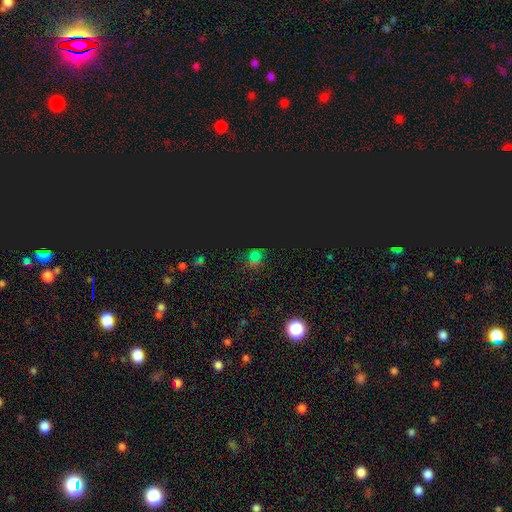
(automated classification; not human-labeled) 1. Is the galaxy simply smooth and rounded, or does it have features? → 64% star or artifact, 28% smooth, 8% featured or disk.